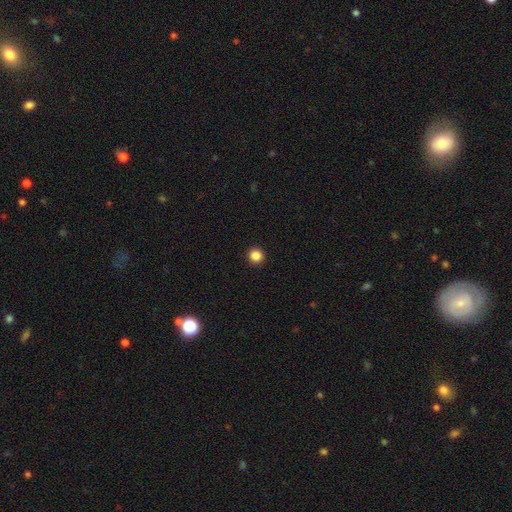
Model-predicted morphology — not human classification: A smooth galaxy with no disk features (86%) that is round (94%). Merging: none (94%).